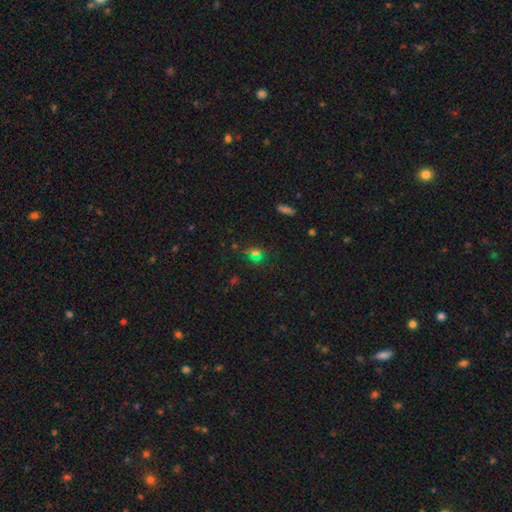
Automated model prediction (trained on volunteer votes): The model was most divided on "smooth or featured": smooth: 51%, star or artifact: 39%, featured or disk: 10%. More confident: how rounded — round (81%); merging — none (76%).